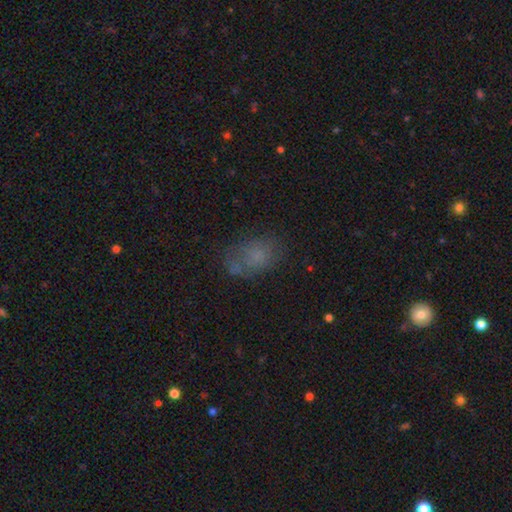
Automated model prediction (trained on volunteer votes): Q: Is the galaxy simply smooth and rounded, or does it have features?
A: smooth — 66%.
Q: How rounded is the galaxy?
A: in between — 79%.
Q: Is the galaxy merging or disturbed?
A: none — 58%.